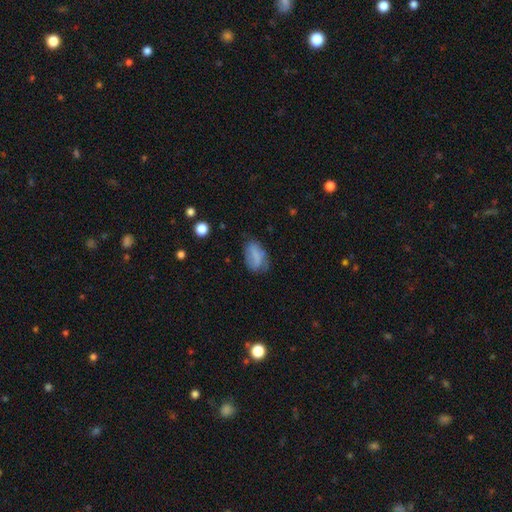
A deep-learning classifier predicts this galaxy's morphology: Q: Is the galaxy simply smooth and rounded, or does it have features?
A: smooth — 70%.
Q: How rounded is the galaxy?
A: in between — 90%.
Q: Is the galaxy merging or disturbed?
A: none — 59%.